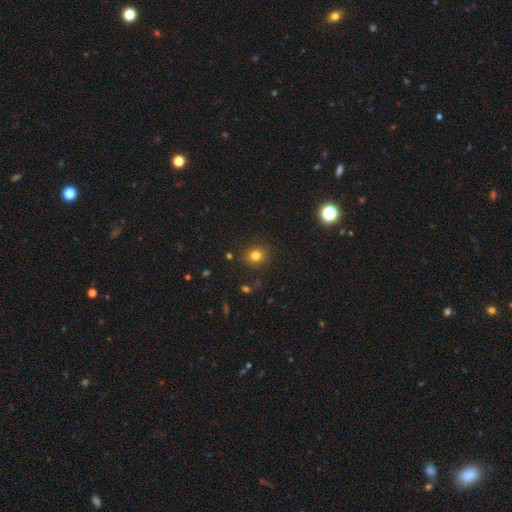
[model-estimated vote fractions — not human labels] A smooth galaxy with no disk features (79%) that is round (75%).

Vote fractions:
- Smooth or featured? smooth: 79% / star or artifact: 15% / featured or disk: 7%
- How rounded? round: 75% / in between: 24% / cigar-shaped: 1%
- Merging? none: 88% / minor disturbance: 8% / major disturbance: 3% / merger: 2%